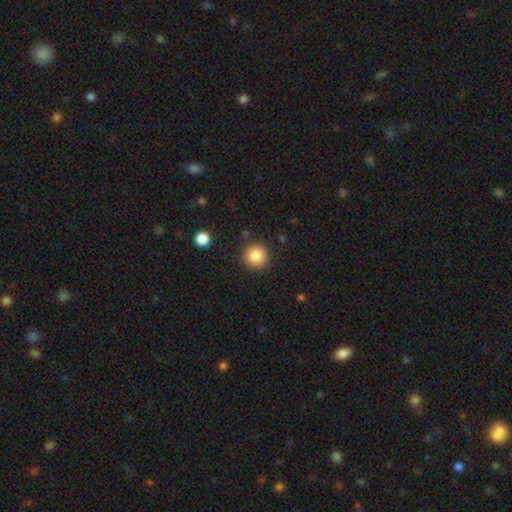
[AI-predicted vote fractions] This appears to be a smooth galaxy with no disk features (85%) that is round (94%). Merging: none (89%).